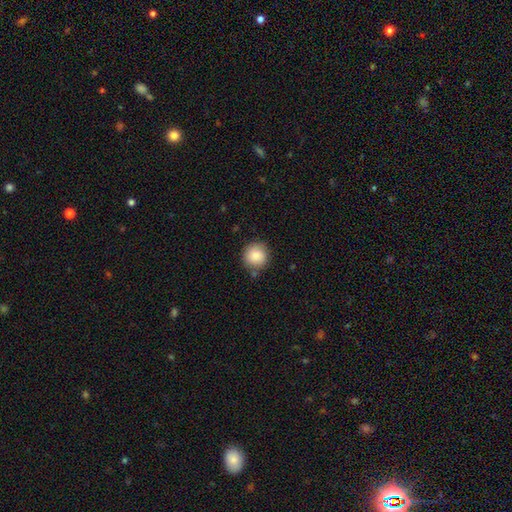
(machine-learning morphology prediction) Q: Smooth or featured?
A: smooth (87%); runner-up: star or artifact (8%)
Q: How rounded?
A: round (93%); runner-up: in between (6%)
Q: Merging?
A: none (82%); runner-up: minor disturbance (12%)